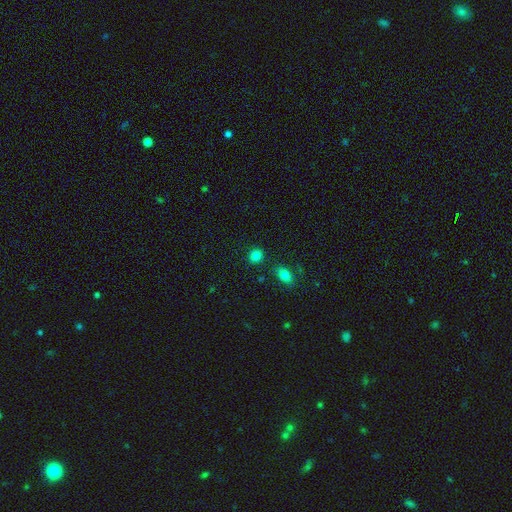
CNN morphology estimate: A smooth galaxy with no disk features (84%) that is round (75%). Merging: none (84%).